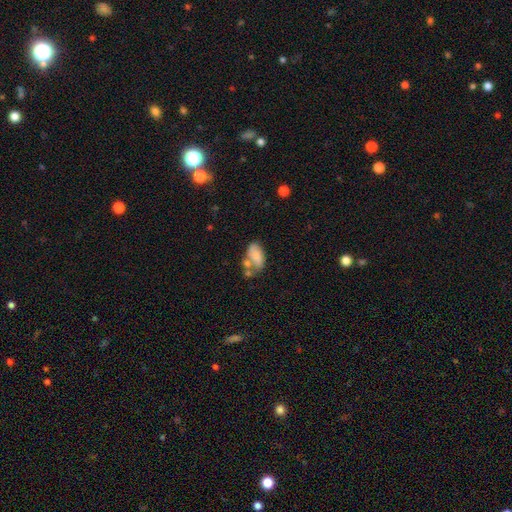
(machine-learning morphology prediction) This appears to be a smooth galaxy with no disk features (69%) that is in between round and cigar-shaped (91%). Merging: none (32%).